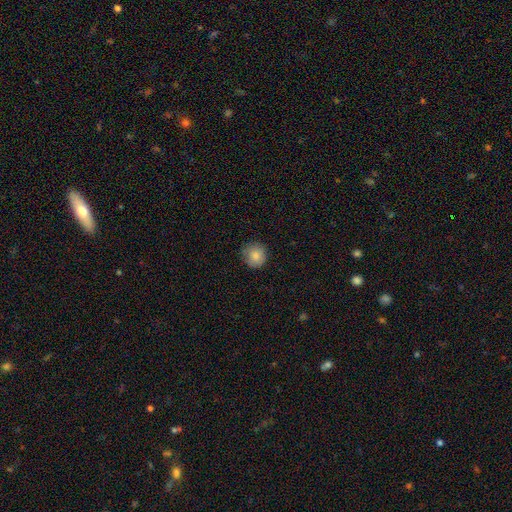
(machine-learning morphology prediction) Smooth or featured? smooth (83%)
How rounded? round (92%)
Merging? none (82%)